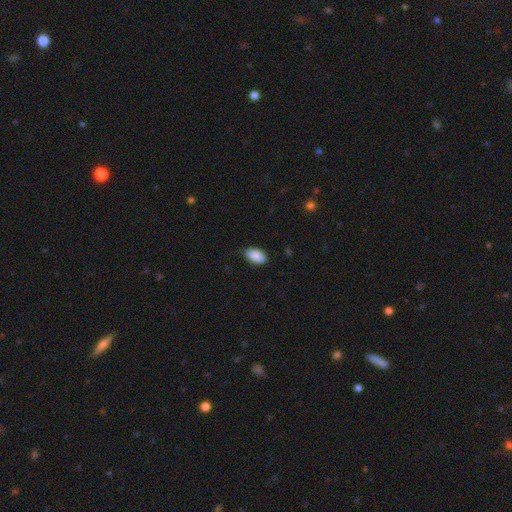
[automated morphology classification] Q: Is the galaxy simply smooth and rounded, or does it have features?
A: smooth — 89%.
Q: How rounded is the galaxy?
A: in between — 93%.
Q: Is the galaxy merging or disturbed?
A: none — 76%.